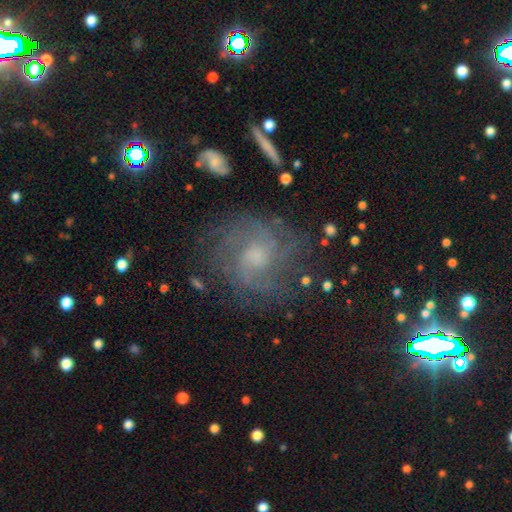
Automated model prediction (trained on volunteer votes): featured or disk 72%, smooth 16%, star or artifact 12%. Down the decision tree: edge-on disk — no (97%); bar — no (65%); spiral arms — yes (91%); spiral arm count — can't tell (39%); spiral winding — tight (42%); bulge size — moderate (41%); merging — none (72%).